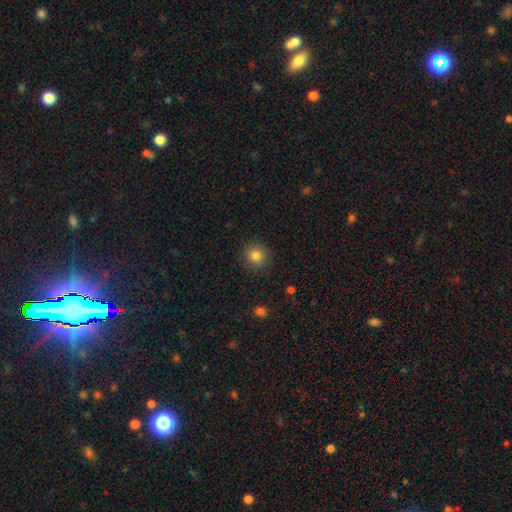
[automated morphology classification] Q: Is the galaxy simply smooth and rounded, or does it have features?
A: smooth — 83%.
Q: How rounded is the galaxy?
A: round — 91%.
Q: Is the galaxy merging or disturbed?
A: none — 89%.